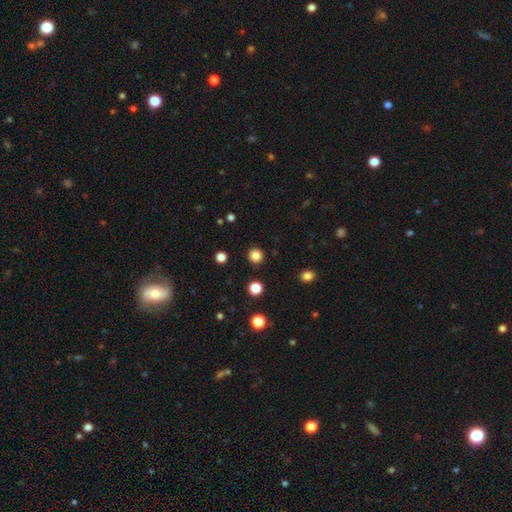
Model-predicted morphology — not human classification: Smooth or featured?
  - smooth: 84% *
  - star or artifact: 12%
  - featured or disk: 3%
How rounded?
  - round: 95% *
  - in between: 4%
  - cigar-shaped: 1%
Merging?
  - none: 92% *
  - minor disturbance: 5%
  - major disturbance: 2%
  - merger: 1%